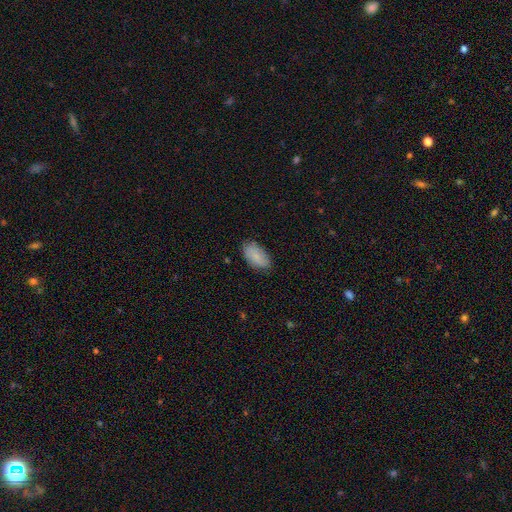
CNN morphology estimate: Overall: smooth (85%). How rounded: in between (94%). Merging: none (80%).